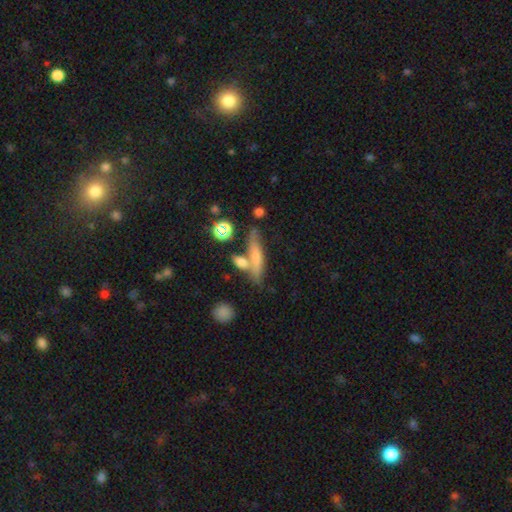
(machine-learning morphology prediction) A smooth galaxy with no disk features (61%) that is cigar-shaped (72%). Merging: none (51%).